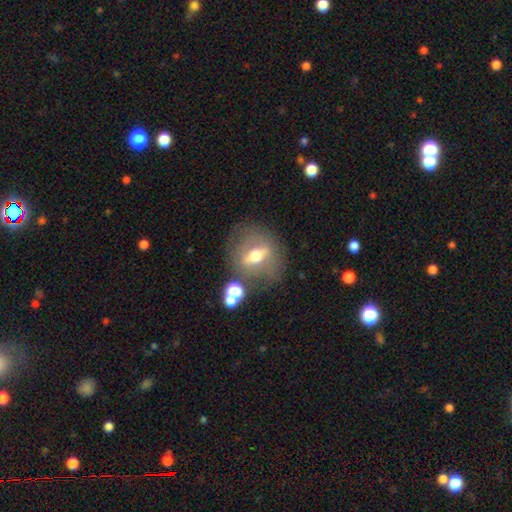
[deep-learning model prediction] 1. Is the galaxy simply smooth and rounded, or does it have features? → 61% featured or disk, 28% smooth, 11% star or artifact.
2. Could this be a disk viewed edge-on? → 69% no, 31% yes.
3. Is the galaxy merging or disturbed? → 71% none, 14% minor disturbance, 8% major disturbance, 7% merger.